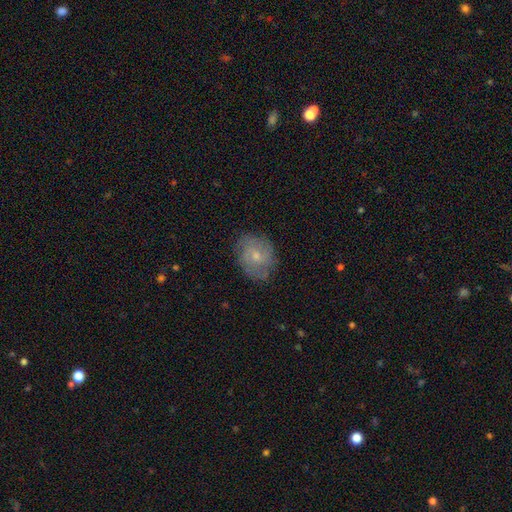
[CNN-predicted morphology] This appears to be a featured or disk galaxy (53%) with no bar (65%), spiral arms (79%) and a small central bulge (55%). Merging: none (76%).